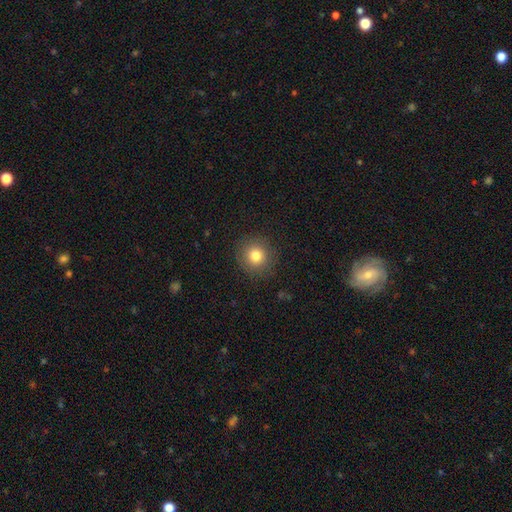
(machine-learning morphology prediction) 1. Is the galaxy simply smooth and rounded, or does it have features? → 80% smooth, 12% star or artifact, 9% featured or disk.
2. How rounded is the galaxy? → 92% round, 7% in between, 1% cigar-shaped.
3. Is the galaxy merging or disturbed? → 89% none, 7% minor disturbance, 3% major disturbance, 1% merger.